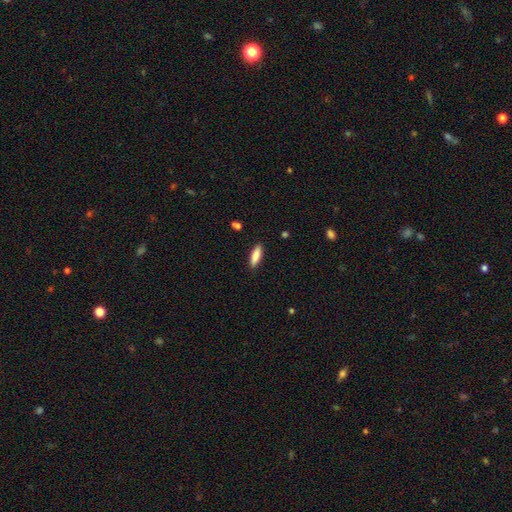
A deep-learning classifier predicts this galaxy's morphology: A smooth galaxy with no disk features (85%) that is cigar-shaped (50%).

Vote fractions:
- Smooth or featured? smooth: 85% / featured or disk: 9% / star or artifact: 6%
- How rounded? cigar-shaped: 50% / in between: 49% / round: 2%
- Merging? none: 88% / minor disturbance: 8% / major disturbance: 2% / merger: 1%